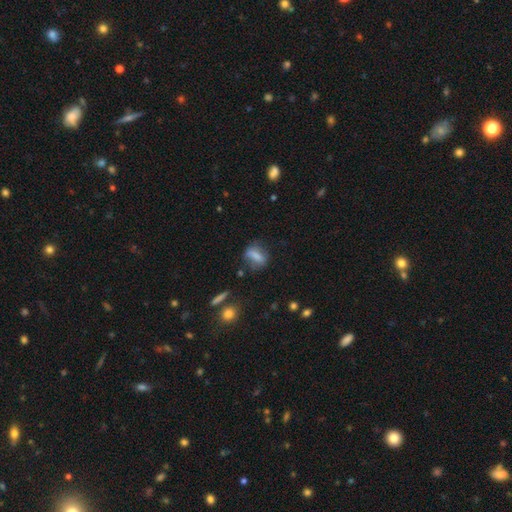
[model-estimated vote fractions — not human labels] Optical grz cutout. It shows a smooth galaxy with no disk features (63%) that is in between round and cigar-shaped (59%). Merging: none (63%).